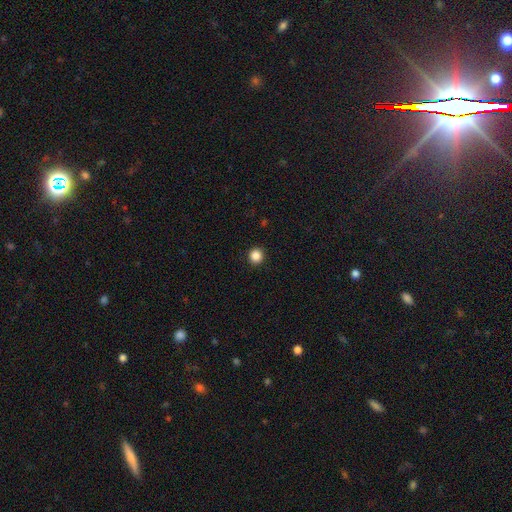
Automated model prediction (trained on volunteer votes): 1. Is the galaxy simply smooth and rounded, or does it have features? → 87% smooth, 11% star or artifact, 3% featured or disk.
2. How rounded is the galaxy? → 94% round, 5% in between, 1% cigar-shaped.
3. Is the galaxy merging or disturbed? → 93% none, 4% minor disturbance, 2% major disturbance, 1% merger.